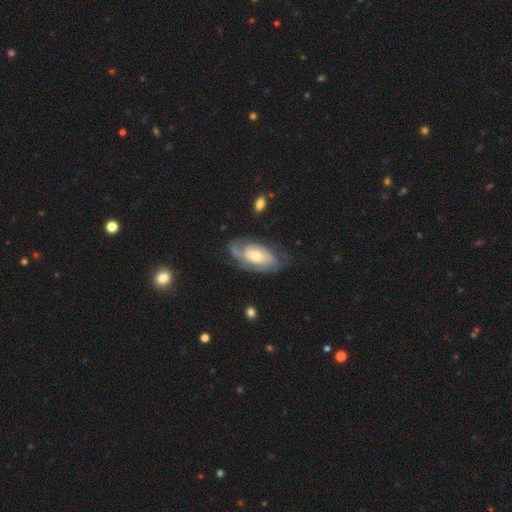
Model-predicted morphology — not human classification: Q: Smooth or featured?
A: featured or disk (79%); runner-up: smooth (16%)
Q: Edge-on disk?
A: no (94%); runner-up: yes (6%)
Q: Bar?
A: no (65%); runner-up: weak (28%)
Q: Spiral arms?
A: yes (90%); runner-up: no (10%)
Q: Spiral winding?
A: tight (59%); runner-up: medium (31%)
Q: Spiral arm count?
A: 2 (47%); runner-up: can't tell (29%)
Q: Bulge size?
A: moderate (57%); runner-up: small (32%)
Q: Merging?
A: none (64%); runner-up: minor disturbance (22%)